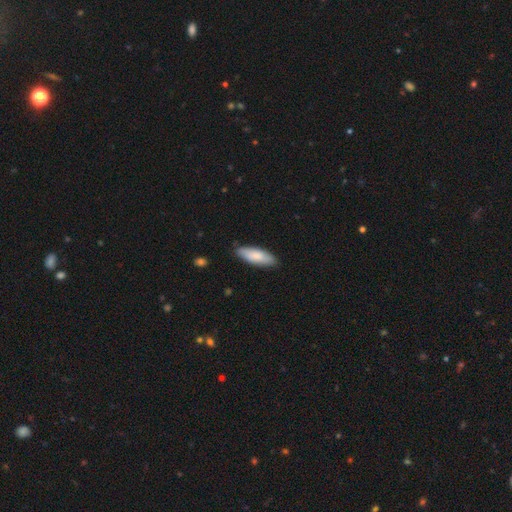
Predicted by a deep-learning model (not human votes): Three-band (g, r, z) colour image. It shows a smooth galaxy with no disk features (82%) that is in between round and cigar-shaped (61%). Merging: none (86%).